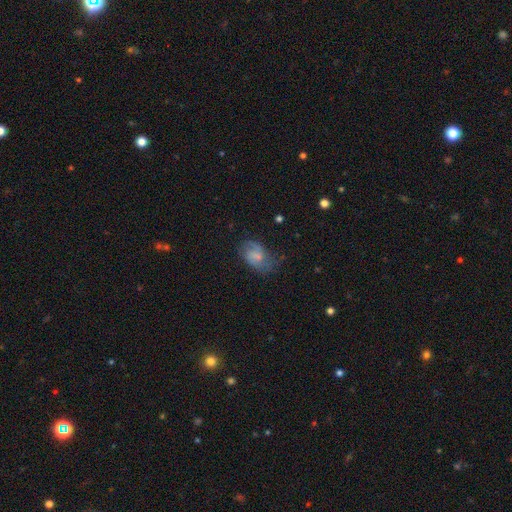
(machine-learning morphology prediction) Overall: smooth (48%; featured or disk 43%). Merging: none (51%; minor disturbance 28%).